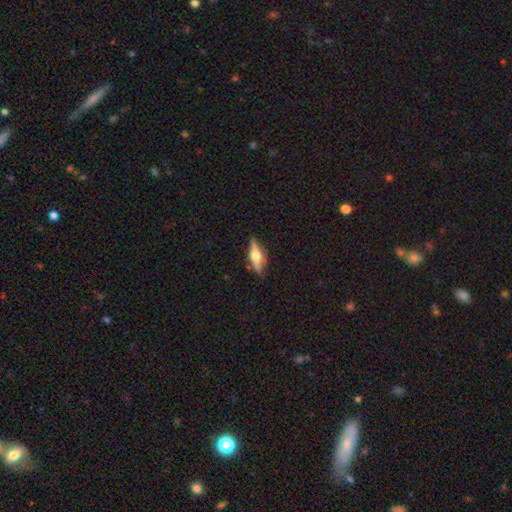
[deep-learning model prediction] smooth_or_featured: featured or disk (p=0.59) [alt: smooth p=0.34]
disk_edge_on: yes (p=0.94) [alt: no p=0.06]
edge_on_bulge: rounded (p=0.89) [alt: boxy p=0.08]
merging: none (p=0.82) [alt: minor disturbance p=0.13]